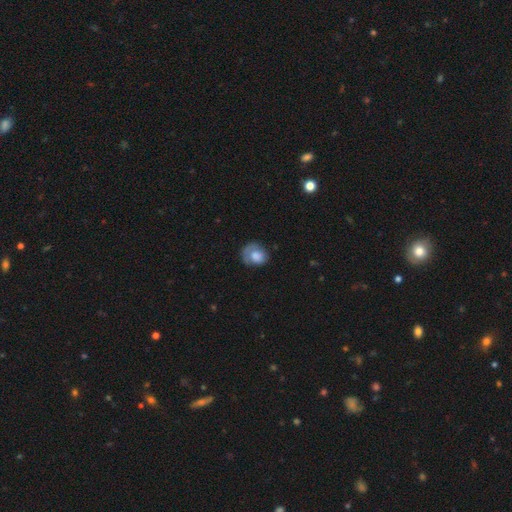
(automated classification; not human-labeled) smooth-or-featured: smooth: 64% | featured or disk: 29% | star or artifact: 7%
  how-rounded: round: 63% | in between: 36% | cigar-shaped: 1%
  merging: none: 53% | minor disturbance: 26% | major disturbance: 19% | merger: 2%